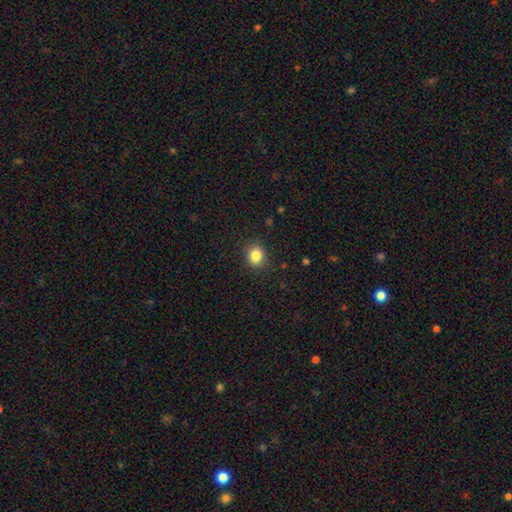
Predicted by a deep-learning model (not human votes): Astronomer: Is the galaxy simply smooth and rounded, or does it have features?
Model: smooth — 84%.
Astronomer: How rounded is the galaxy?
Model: round — 72%.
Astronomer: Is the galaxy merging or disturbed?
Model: none — 89%.